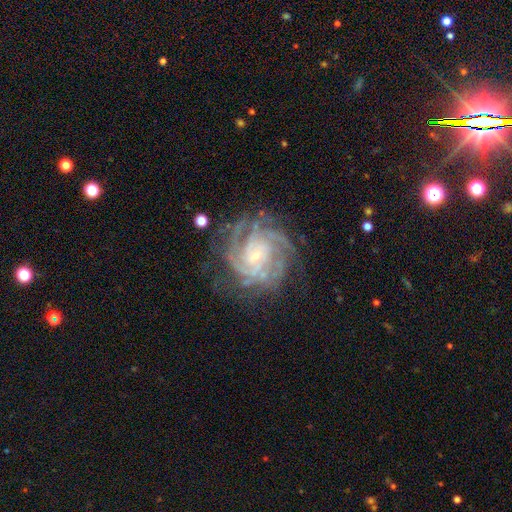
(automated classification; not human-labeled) featured or disk 89%, star or artifact 6%, smooth 4%. Down the decision tree: edge-on disk — no (98%); bar — no (70%); spiral arms — yes (98%); spiral arm count — 4 (30%); spiral winding — tight (71%); bulge size — small (80%); merging — none (73%).